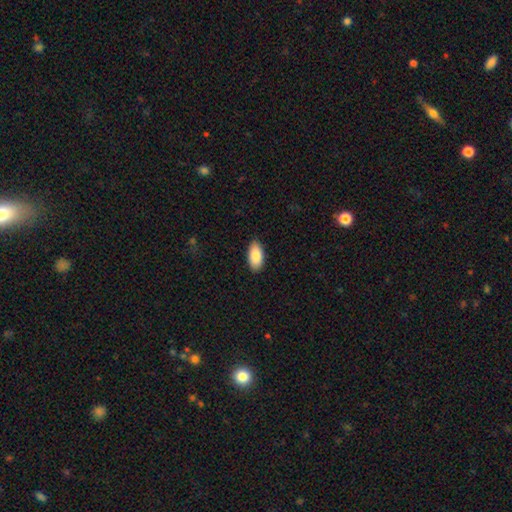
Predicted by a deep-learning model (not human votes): Smooth or featured? smooth (88%)
How rounded? in between (94%)
Merging? none (88%)